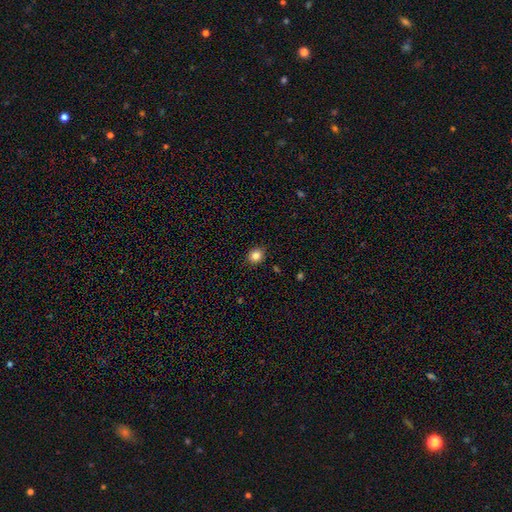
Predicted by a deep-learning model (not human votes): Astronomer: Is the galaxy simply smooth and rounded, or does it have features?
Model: smooth — 85%.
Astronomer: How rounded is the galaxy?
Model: round — 65%.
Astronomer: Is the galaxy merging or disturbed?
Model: none — 88%.